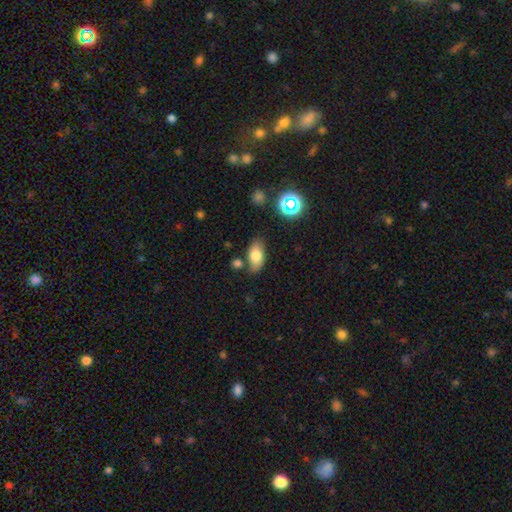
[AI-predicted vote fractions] Q: Smooth or featured?
A: smooth (75%); runner-up: featured or disk (15%)
Q: How rounded?
A: in between (90%); runner-up: round (6%)
Q: Merging?
A: none (74%); runner-up: minor disturbance (15%)